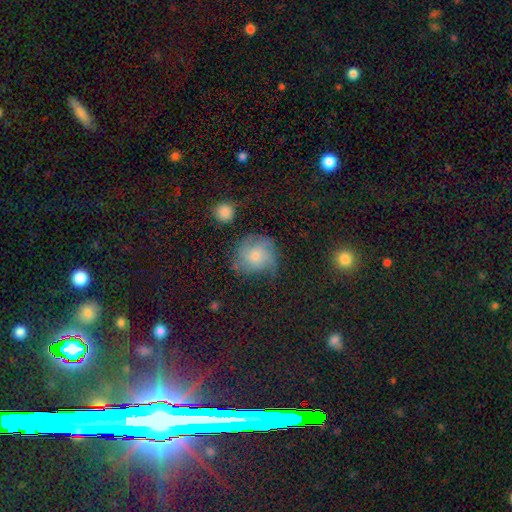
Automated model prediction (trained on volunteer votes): This is possibly a featured or disk galaxy (48%). Merging: likely none (66%).